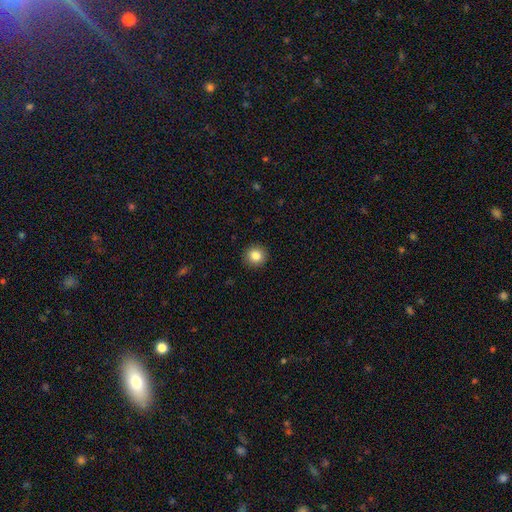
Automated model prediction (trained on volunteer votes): A smooth galaxy with no disk features (84%) that is round (92%). Merging: none (92%).